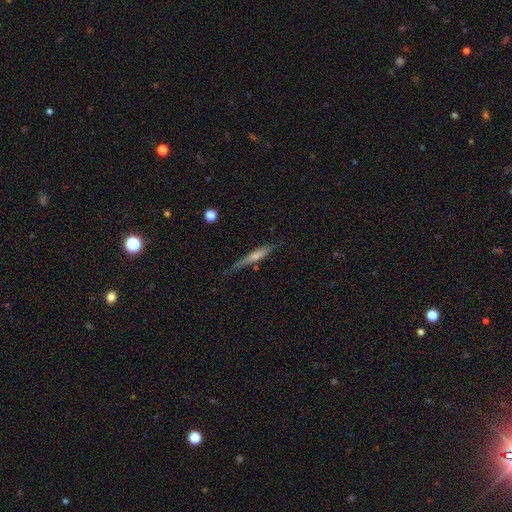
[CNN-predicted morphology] smooth-or-featured: featured or disk: 52% | smooth: 42% | star or artifact: 7%
  disk-edge-on: yes: 94% | no: 6%
  merging: none: 71% | minor disturbance: 20% | major disturbance: 5% | merger: 3%